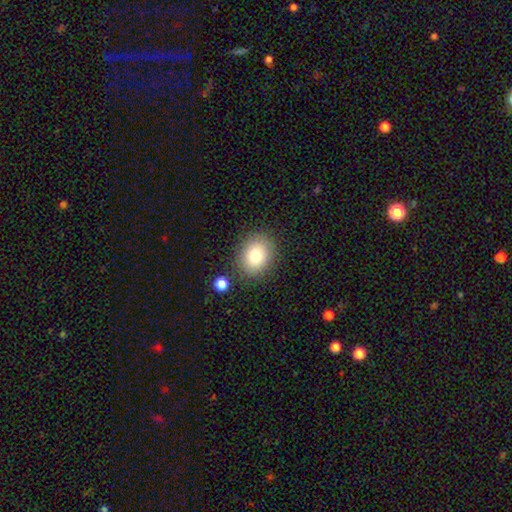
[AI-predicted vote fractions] Smooth or featured: smooth — 79% (featured or disk — 10%)
How rounded: round — 54% (in between — 45%)
Merging: none — 84% (minor disturbance — 10%)